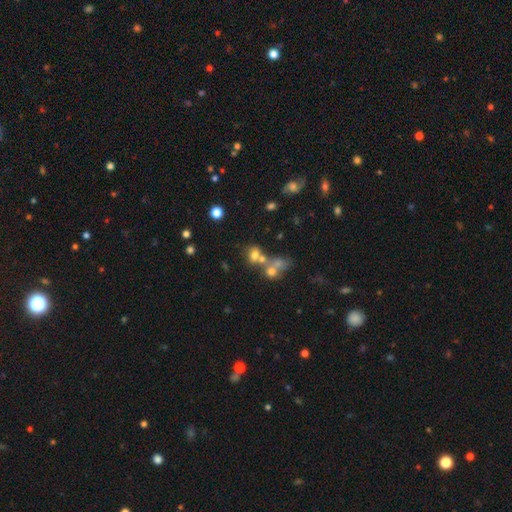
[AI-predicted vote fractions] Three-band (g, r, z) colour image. It shows a smooth galaxy with no disk features (55%) that is round (66%). Merging: merger (46%).